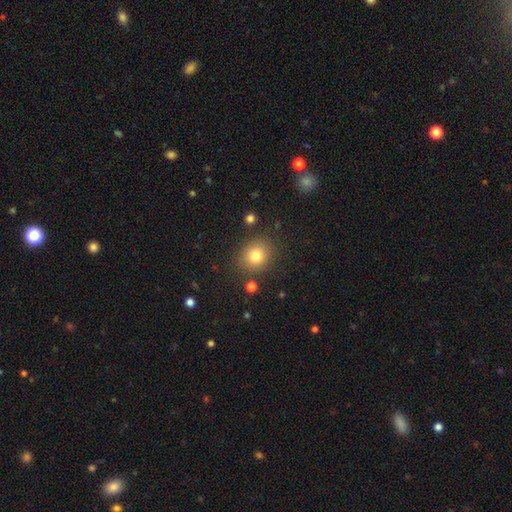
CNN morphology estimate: smooth_or_featured: smooth (p=0.81) [alt: star or artifact p=0.12]
how_rounded: round (p=0.75) [alt: in between p=0.24]
merging: none (p=0.84) [alt: minor disturbance p=0.10]